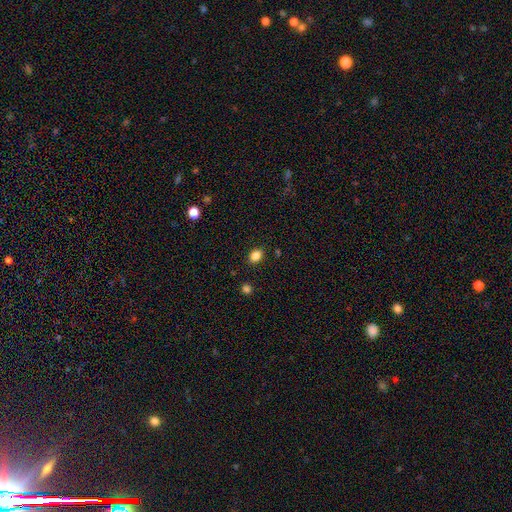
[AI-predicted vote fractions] A smooth galaxy with no disk features (85%) that is in between round and cigar-shaped (69%).

Vote fractions:
- Smooth or featured? smooth: 85% / star or artifact: 11% / featured or disk: 4%
- How rounded? in between: 69% / round: 30% / cigar-shaped: 1%
- Merging? none: 87% / minor disturbance: 9% / major disturbance: 2% / merger: 2%